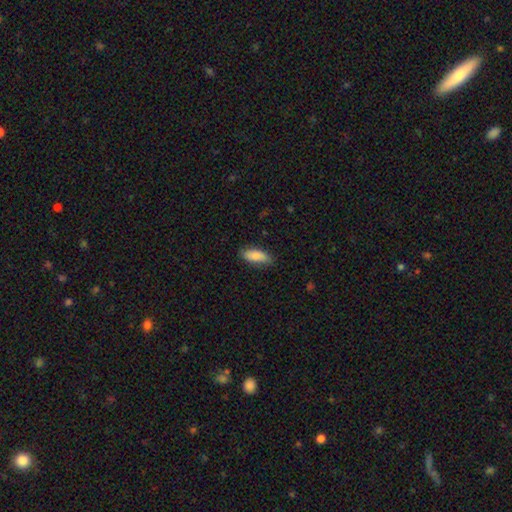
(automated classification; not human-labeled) Smooth or featured: smooth — 83% (featured or disk — 11%)
How rounded: in between — 77% (cigar-shaped — 21%)
Merging: none — 79% (minor disturbance — 17%)